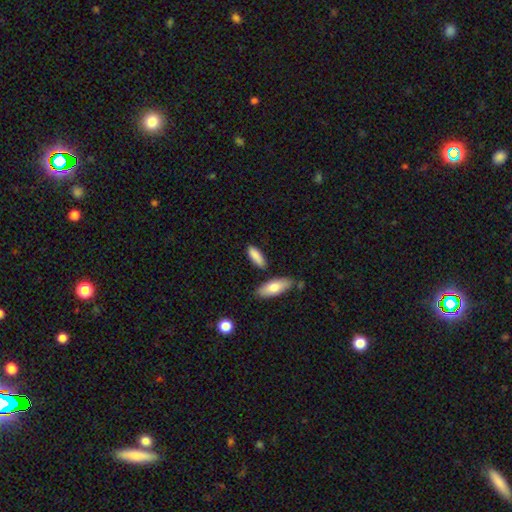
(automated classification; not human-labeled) Q: Smooth or featured?
A: smooth (87%); runner-up: featured or disk (7%)
Q: How rounded?
A: in between (62%); runner-up: cigar-shaped (36%)
Q: Merging?
A: none (77%); runner-up: minor disturbance (13%)